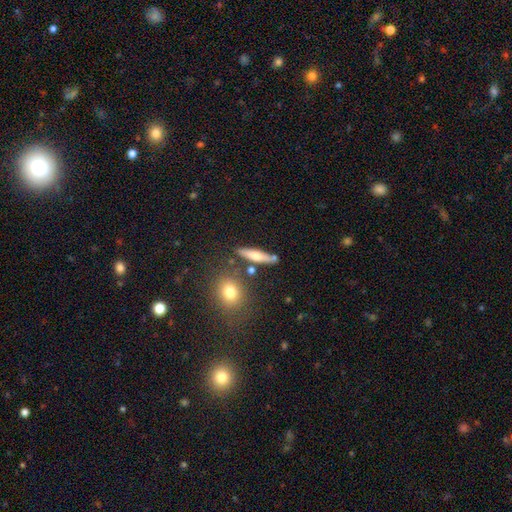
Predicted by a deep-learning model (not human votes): A smooth galaxy with no disk features (55%) that is cigar-shaped (70%).

Vote fractions:
- Smooth or featured? smooth: 55% / featured or disk: 36% / star or artifact: 9%
- How rounded? cigar-shaped: 70% / in between: 22% / round: 8%
- Merging? none: 76% / minor disturbance: 12% / merger: 9% / major disturbance: 4%